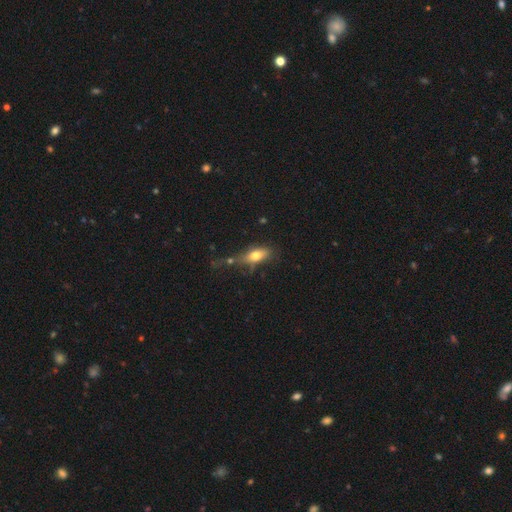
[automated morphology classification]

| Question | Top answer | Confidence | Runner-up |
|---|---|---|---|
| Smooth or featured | smooth | 66% | featured or disk (24%) |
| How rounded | in between | 73% | cigar-shaped (20%) |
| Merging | none | 41% | minor disturbance (25%) |